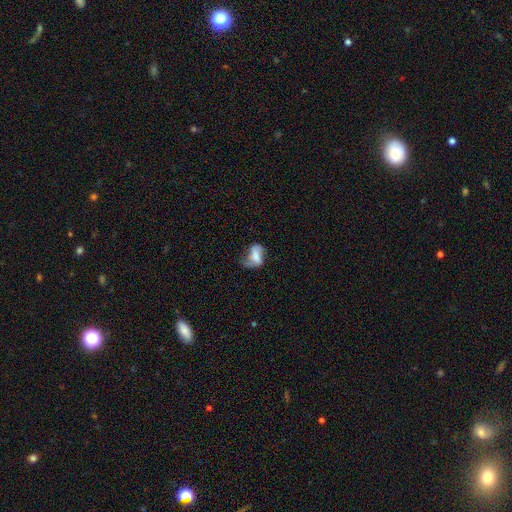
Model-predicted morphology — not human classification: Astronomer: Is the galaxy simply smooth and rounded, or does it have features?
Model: smooth — 49% (runner-up: featured or disk, 42%).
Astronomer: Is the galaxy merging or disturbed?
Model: none — 34% (runner-up: major disturbance, 31%).